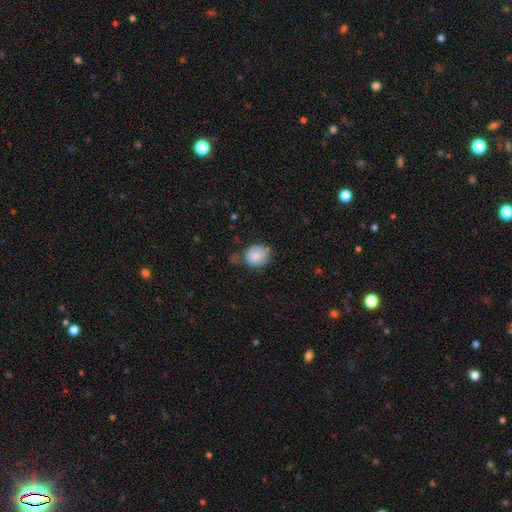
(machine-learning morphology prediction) This appears to be a smooth galaxy with no disk features (83%) that is round (79%). Merging: none (63%).